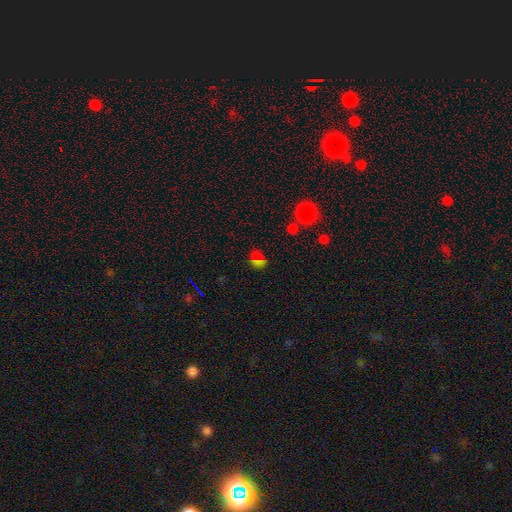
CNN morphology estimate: The model was most divided on "smooth or featured": star or artifact: 51%, smooth: 35%, featured or disk: 14%.